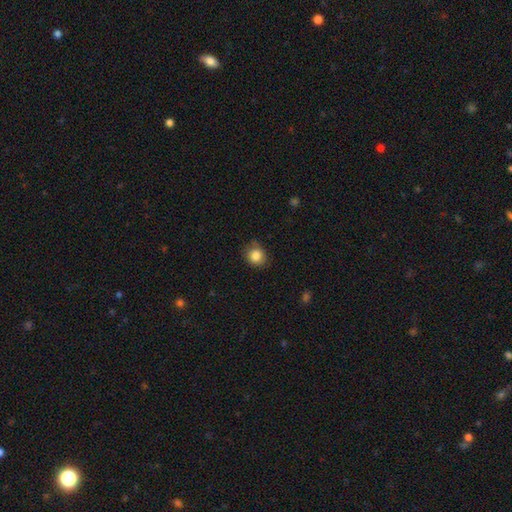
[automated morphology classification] This is clearly a smooth galaxy (85%). How rounded: likely round (79%). Merging: likely none (77%).